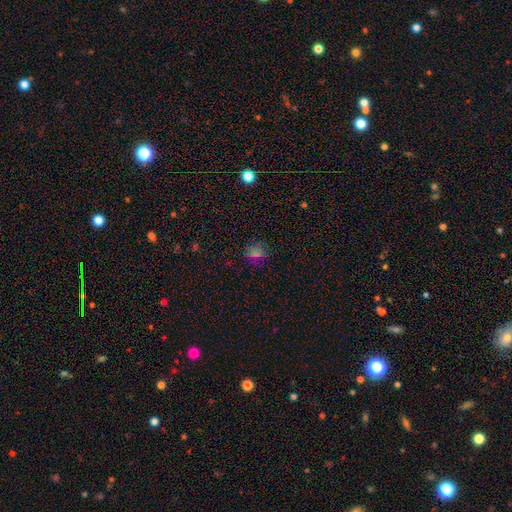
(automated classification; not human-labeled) Q: Smooth or featured?
A: smooth (57%); runner-up: star or artifact (31%)
Q: How rounded?
A: round (75%); runner-up: in between (24%)
Q: Merging?
A: none (81%); runner-up: minor disturbance (13%)